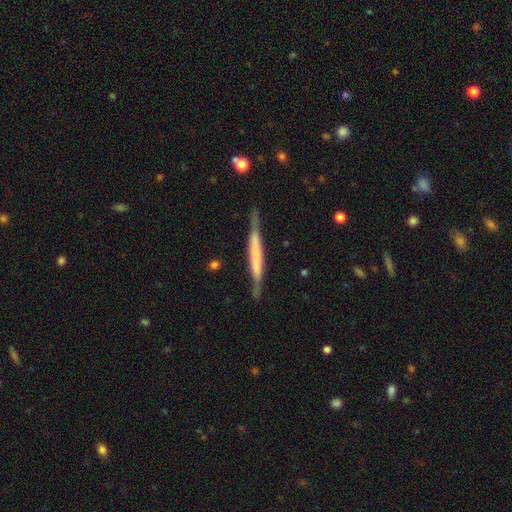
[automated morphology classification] Overall: featured or disk (55%; smooth 39%). Edge-on disk: yes (94%). Edge-on bulge: none (59%; boxy 30%). Merging: none (75%).